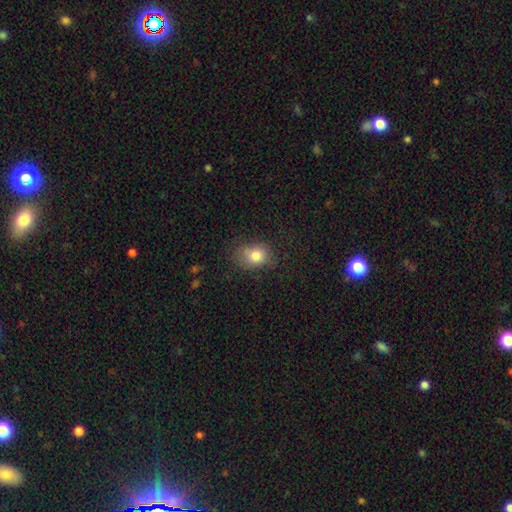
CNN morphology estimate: Smooth or featured? smooth (81%)
How rounded? in between (56%)
Merging? none (65%)